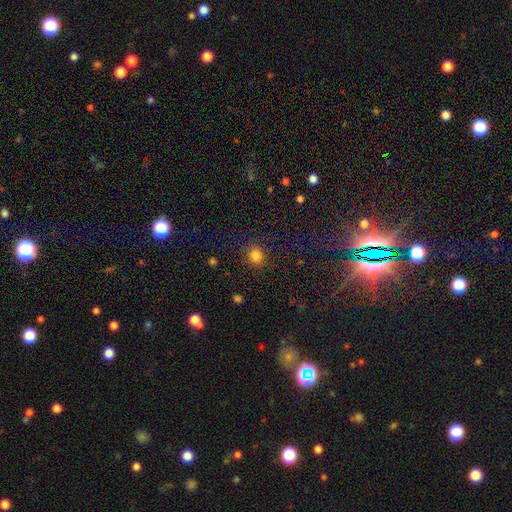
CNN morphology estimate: Q: Smooth or featured?
A: smooth (82%); runner-up: star or artifact (13%)
Q: How rounded?
A: round (77%); runner-up: in between (22%)
Q: Merging?
A: none (86%); runner-up: minor disturbance (9%)